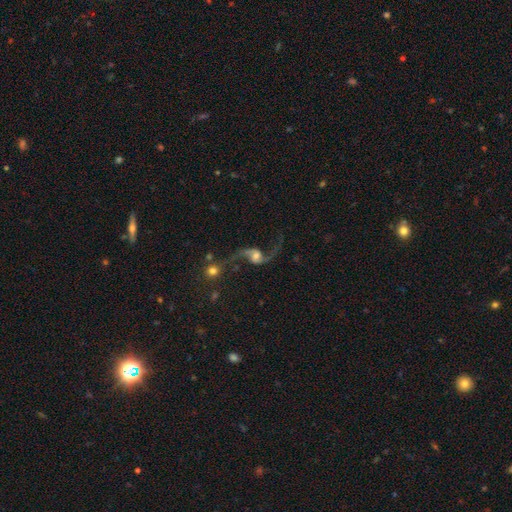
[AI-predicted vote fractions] featured or disk 89%, star or artifact 6%, smooth 5%. Down the decision tree: edge-on disk — no (97%); bar — no (53%); spiral arms — yes (97%); spiral arm count — 2 (94%); spiral winding — loose (92%); bulge size — moderate (50%); merging — none (61%).